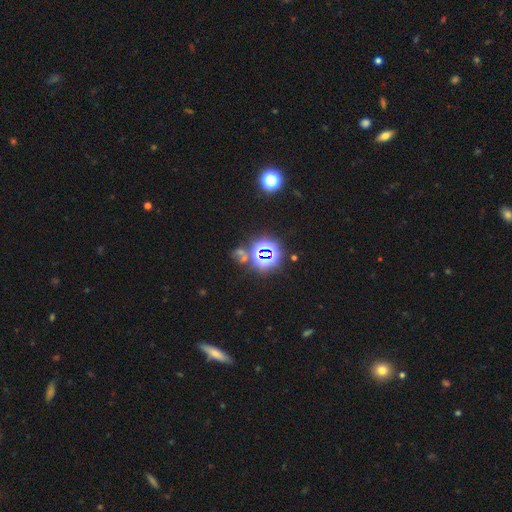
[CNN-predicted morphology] Smooth or featured?
  - star or artifact: 74% *
  - smooth: 17%
  - featured or disk: 10%